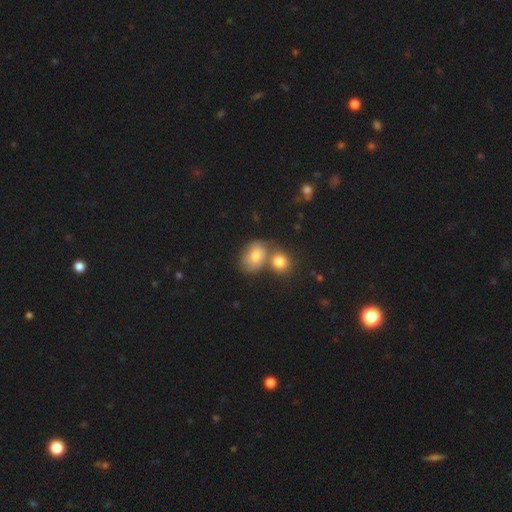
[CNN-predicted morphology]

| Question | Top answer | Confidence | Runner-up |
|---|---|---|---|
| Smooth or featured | smooth | 74% | featured or disk (16%) |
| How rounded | in between | 58% | round (40%) |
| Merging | merger | 46% | none (38%) |